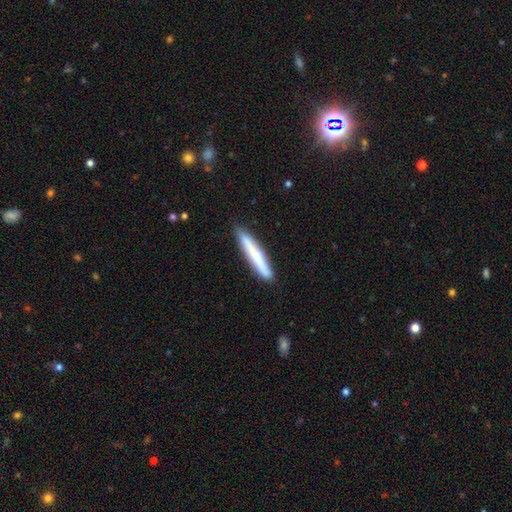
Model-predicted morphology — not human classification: Smooth or featured: smooth — 69% (featured or disk — 26%)
How rounded: cigar-shaped — 95% (in between — 4%)
Merging: none — 89% (minor disturbance — 9%)